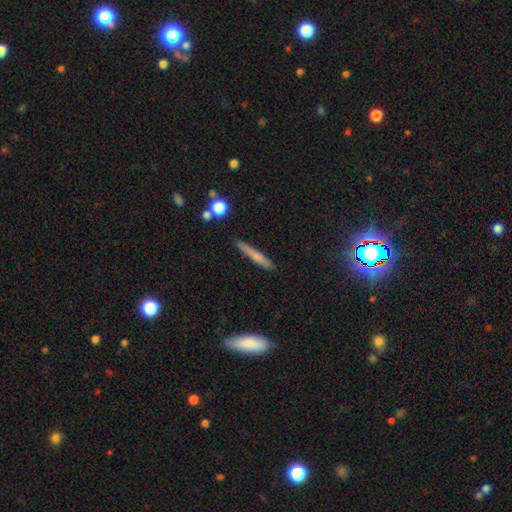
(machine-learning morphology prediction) type=smooth (63%); roundness=cigar-shaped (94%); merging=none (87%).